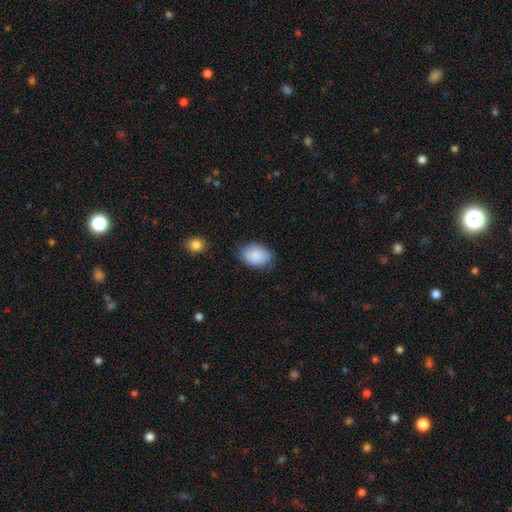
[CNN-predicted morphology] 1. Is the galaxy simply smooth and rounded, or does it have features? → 86% smooth, 7% featured or disk, 7% star or artifact.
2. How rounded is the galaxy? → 79% in between, 20% round, 1% cigar-shaped.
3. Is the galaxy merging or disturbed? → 71% none, 23% minor disturbance, 4% major disturbance, 2% merger.